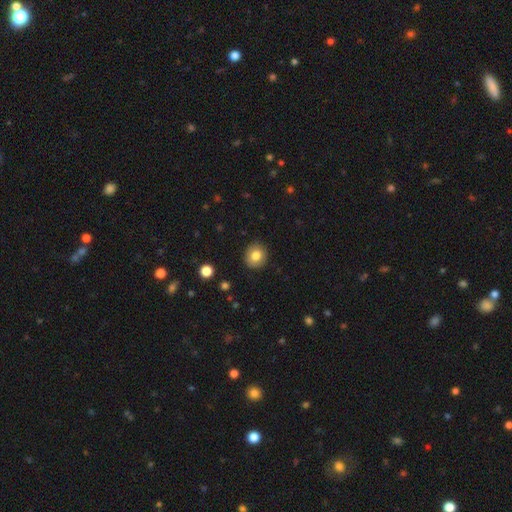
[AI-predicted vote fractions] Overall: smooth (82%). How rounded: round (85%). Merging: none (90%).